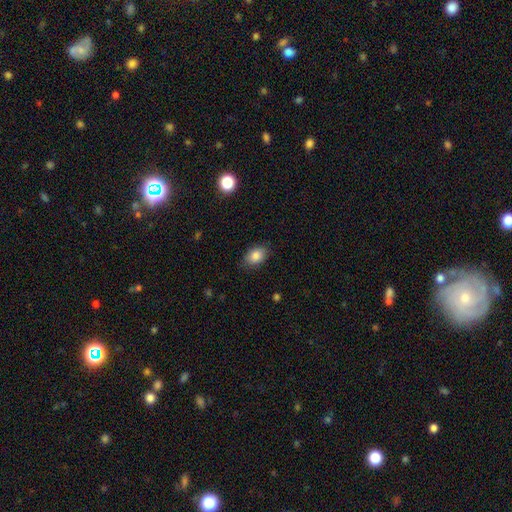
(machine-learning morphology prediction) A smooth galaxy with no disk features (85%) that is in between round and cigar-shaped (82%). Merging: none (83%).